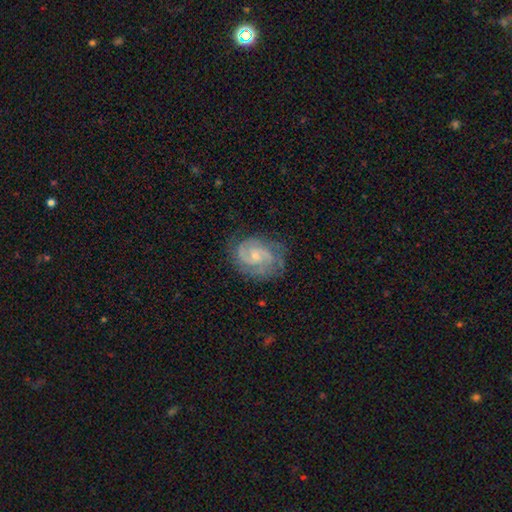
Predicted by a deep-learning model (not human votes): A featured or disk galaxy (86%) with no bar (59%), 2 (65%) tight (49%) spiral arms (97%) and a small central bulge (66%).

Vote fractions:
- Smooth or featured? featured or disk: 86% / smooth: 9% / star or artifact: 6%
- Edge-on disk? no: 98% / yes: 2%
- Bar? no: 59% / weak: 35% / strong: 5%
- Spiral arms? yes: 97% / no: 3%
- Spiral winding? tight: 49% / medium: 42% / loose: 9%
- Spiral arm count? 2: 65% / 3: 13% / can't tell: 12% / 1: 3% / 4: 3% / more than 4: 3%
- Bulge size? small: 66% / moderate: 29% / none: 3% / large: 1% / dominant: 1%
- Merging? none: 73% / minor disturbance: 19% / major disturbance: 7% / merger: 1%